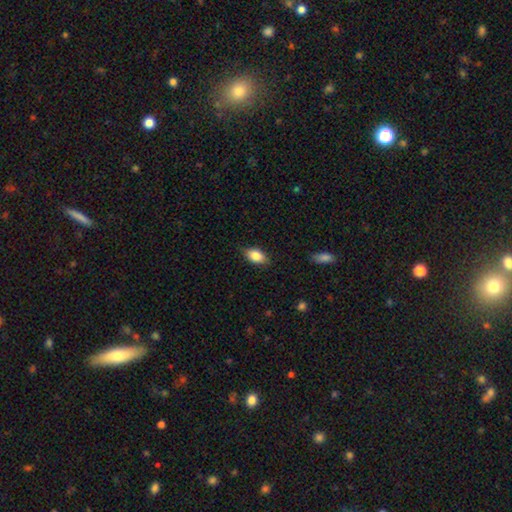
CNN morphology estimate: The model was most divided on "merging": none: 82%, minor disturbance: 14%, major disturbance: 3%, merger: 1%. More confident: how rounded — in between (90%); smooth or featured — smooth (85%).